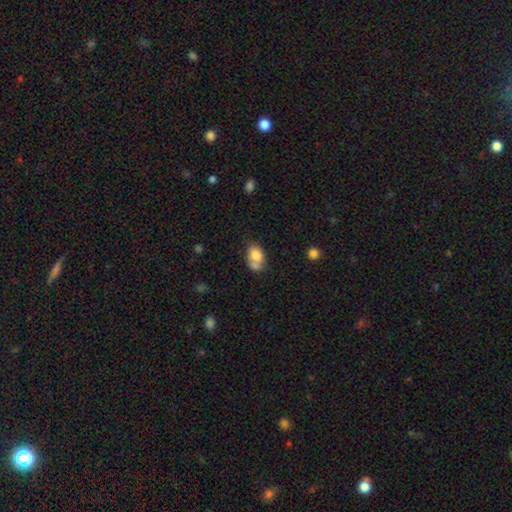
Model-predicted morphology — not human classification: This appears to be a smooth galaxy with no disk features (78%) that is in between round and cigar-shaped (75%). Merging: merger (38%).